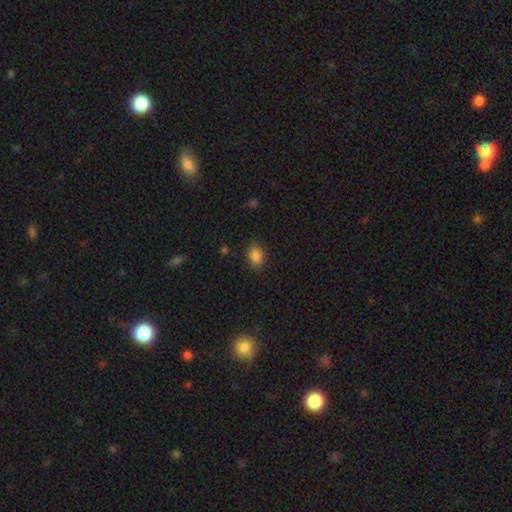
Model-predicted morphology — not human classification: A smooth galaxy with no disk features (86%) that is in between round and cigar-shaped (72%).

Vote fractions:
- Smooth or featured? smooth: 86% / star or artifact: 10% / featured or disk: 4%
- How rounded? in between: 72% / round: 26% / cigar-shaped: 1%
- Merging? none: 85% / minor disturbance: 11% / major disturbance: 3% / merger: 1%